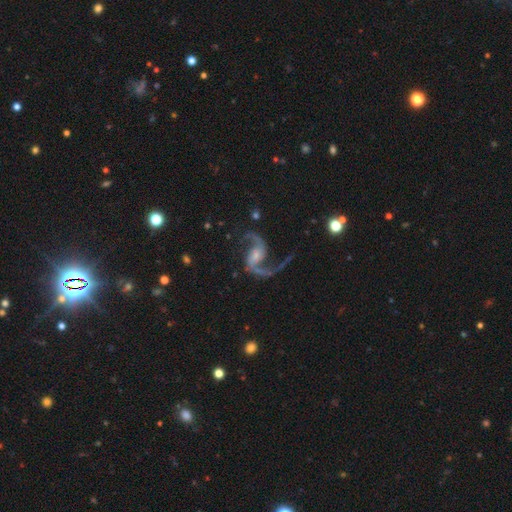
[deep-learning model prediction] smooth_or_featured: featured or disk (p=0.93) [alt: star or artifact p=0.05]
disk_edge_on: no (p=0.98) [alt: yes p=0.02]
bar: no (p=0.47) [alt: weak p=0.36]
has_spiral_arms: yes (p=0.98) [alt: no p=0.02]
spiral_winding: loose (p=0.58) [alt: medium p=0.37]
spiral_arm_count: 2 (p=0.94) [alt: 1 p=0.02]
bulge_size: small (p=0.55) [alt: moderate p=0.33]
merging: none (p=0.74) [alt: minor disturbance p=0.14]